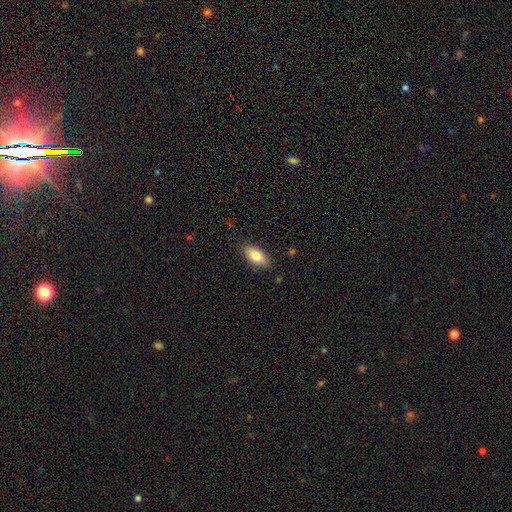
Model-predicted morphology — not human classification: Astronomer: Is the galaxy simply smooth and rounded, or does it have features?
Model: smooth — 81%.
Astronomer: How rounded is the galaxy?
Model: in between — 89%.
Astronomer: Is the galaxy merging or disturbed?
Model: none — 85%.